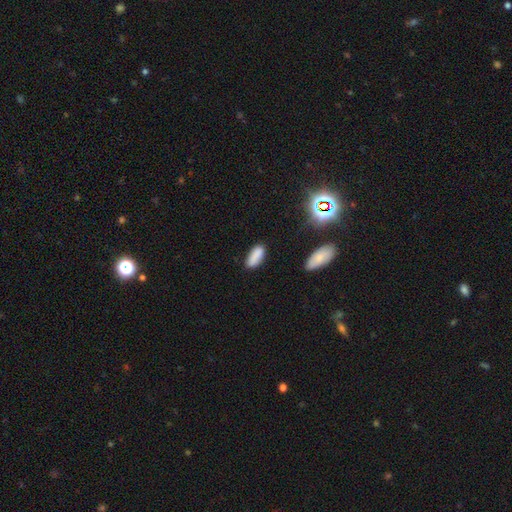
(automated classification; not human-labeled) This appears to be a smooth galaxy with no disk features (86%) that is in between round and cigar-shaped (74%). Merging: none (80%).